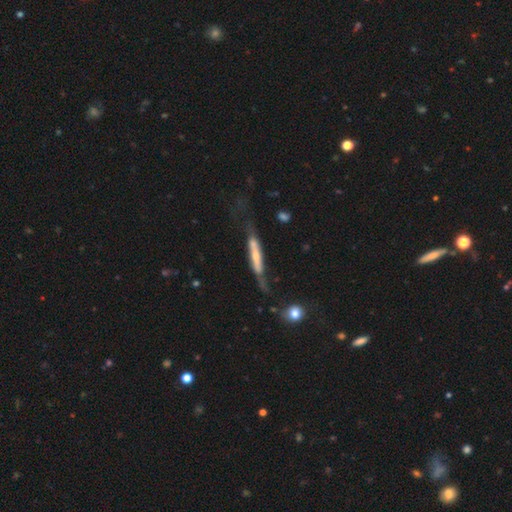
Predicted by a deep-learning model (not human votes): Smooth or featured?
  - featured or disk: 60% *
  - smooth: 34%
  - star or artifact: 6%
Edge-on disk?
  - yes: 71% *
  - no: 29%
Merging?
  - none: 40% *
  - major disturbance: 26%
  - minor disturbance: 26%
  - merger: 7%